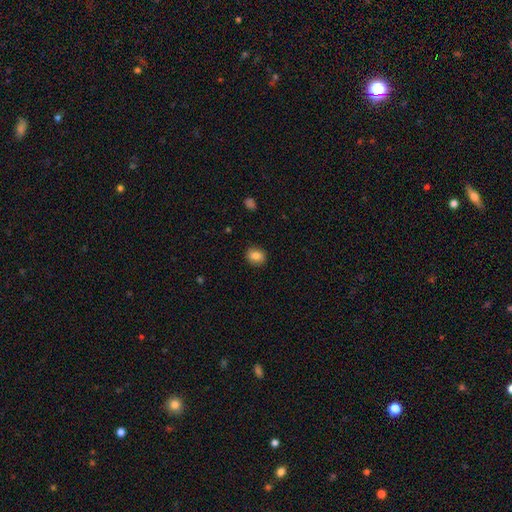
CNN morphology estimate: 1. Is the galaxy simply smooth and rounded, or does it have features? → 84% smooth, 9% star or artifact, 7% featured or disk.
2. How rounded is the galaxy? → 65% round, 34% in between, 1% cigar-shaped.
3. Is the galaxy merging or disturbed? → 89% none, 8% minor disturbance, 2% major disturbance, 1% merger.